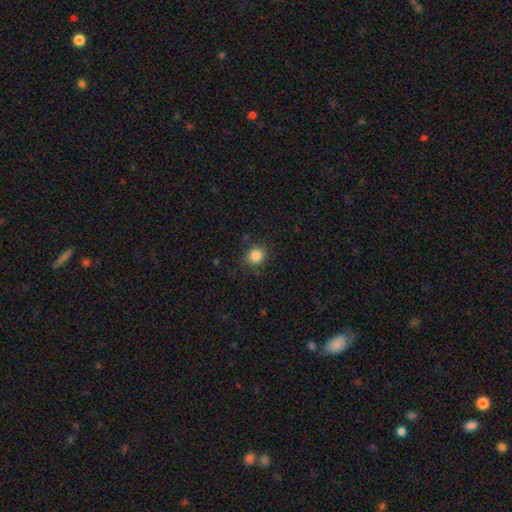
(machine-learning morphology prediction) Smooth or featured: smooth — 84% (star or artifact — 10%)
How rounded: round — 69% (in between — 30%)
Merging: none — 85% (minor disturbance — 11%)